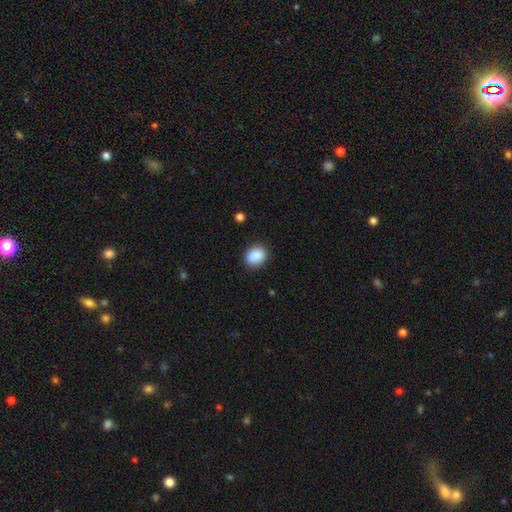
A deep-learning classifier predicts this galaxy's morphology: Q: Smooth or featured?
A: smooth (89%); runner-up: star or artifact (8%)
Q: How rounded?
A: round (51%); runner-up: in between (49%)
Q: Merging?
A: none (86%); runner-up: minor disturbance (10%)